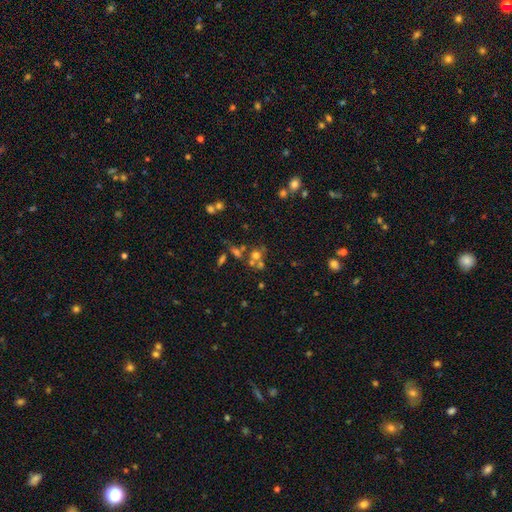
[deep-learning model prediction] Smooth or featured?
  - star or artifact: 48% *
  - smooth: 36%
  - featured or disk: 17%